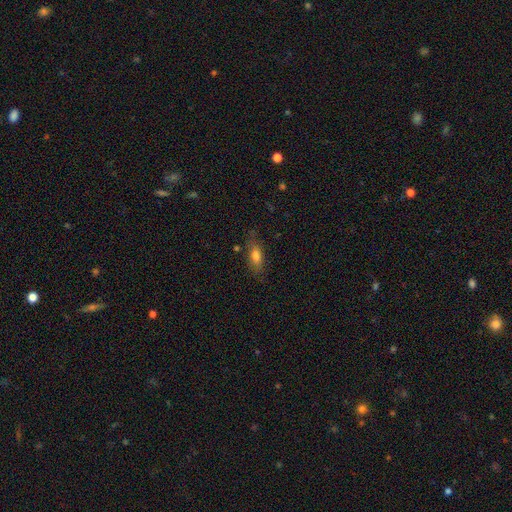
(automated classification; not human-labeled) Smooth or featured? smooth (73%)
How rounded? in between (72%)
Merging? none (73%)